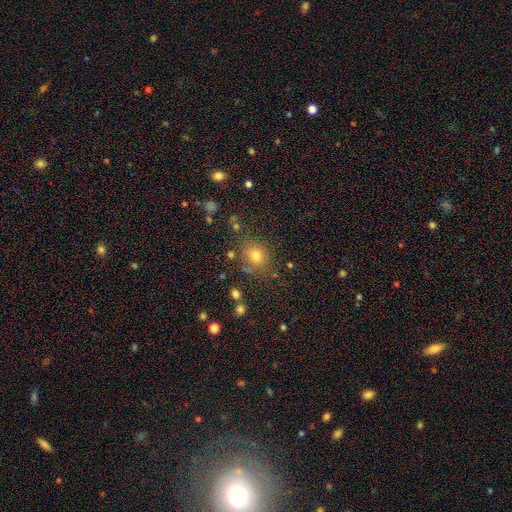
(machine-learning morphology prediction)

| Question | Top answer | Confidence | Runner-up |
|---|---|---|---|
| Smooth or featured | smooth | 72% | star or artifact (19%) |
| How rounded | round | 69% | in between (30%) |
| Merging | none | 76% | minor disturbance (13%) |